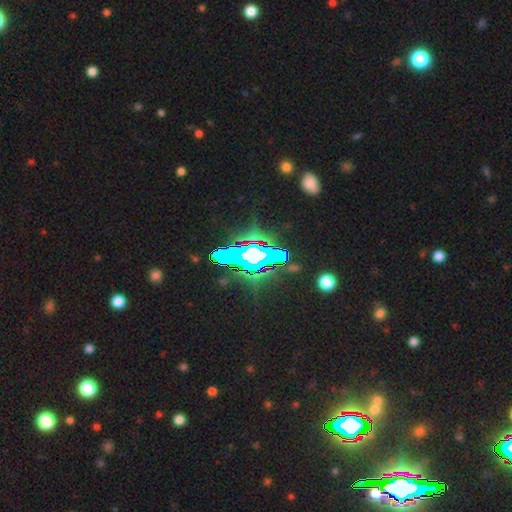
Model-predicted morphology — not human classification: Overall: star or artifact (71%).